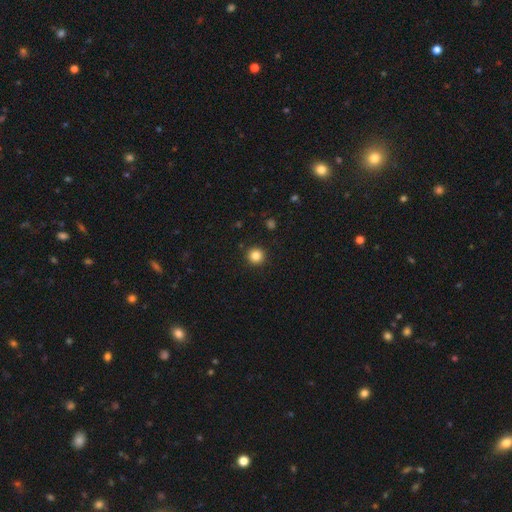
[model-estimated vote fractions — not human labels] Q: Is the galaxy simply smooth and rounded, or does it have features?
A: smooth — 84%.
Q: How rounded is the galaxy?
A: round — 95%.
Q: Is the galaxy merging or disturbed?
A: none — 93%.